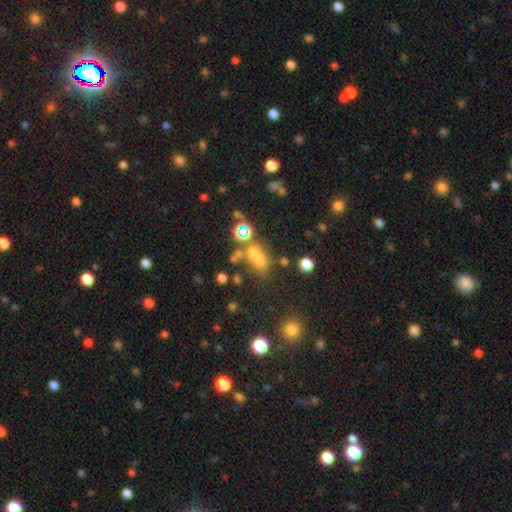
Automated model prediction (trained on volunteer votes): Smooth or featured: smooth — 53% (star or artifact — 30%)
How rounded: round — 55% (in between — 42%)
Merging: merger — 42% (none — 37%)